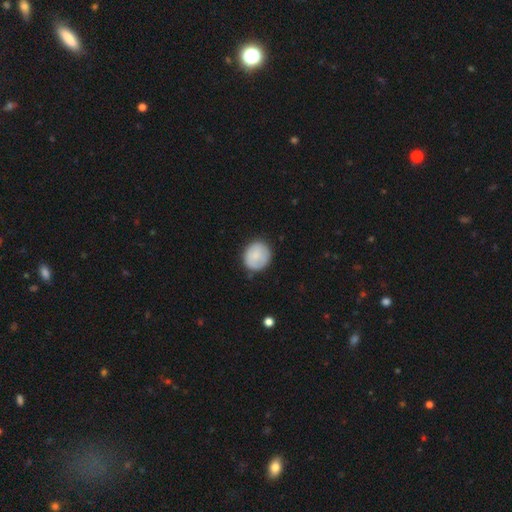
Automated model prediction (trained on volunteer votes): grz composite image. It shows a smooth galaxy with no disk features (81%) that is round (83%). Merging: none (81%).